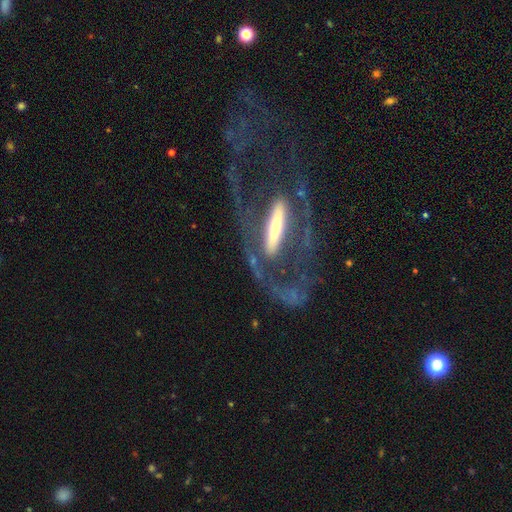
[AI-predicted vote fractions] Q: Smooth or featured?
A: featured or disk (81%); runner-up: smooth (11%)
Q: Edge-on disk?
A: no (76%); runner-up: yes (24%)
Q: Bar?
A: strong (49%); runner-up: weak (28%)
Q: Spiral arms?
A: yes (64%); runner-up: no (36%)
Q: Bulge size?
A: moderate (44%); runner-up: large (23%)
Q: Merging?
A: major disturbance (41%); runner-up: none (40%)